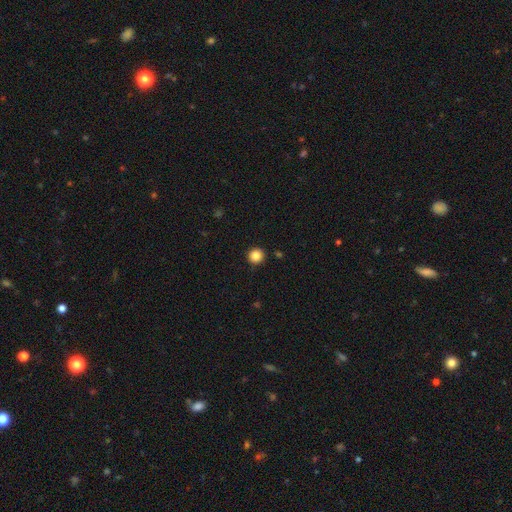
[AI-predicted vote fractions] Smooth or featured: smooth — 85% (star or artifact — 11%)
How rounded: round — 96% (in between — 3%)
Merging: none — 93% (minor disturbance — 4%)